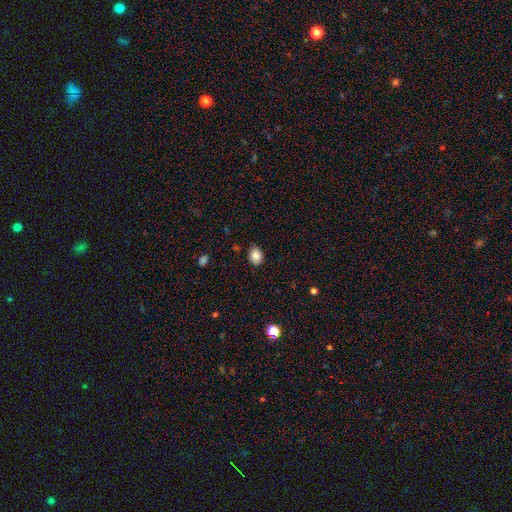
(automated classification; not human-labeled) smooth-or-featured: smooth: 83% | star or artifact: 9% | featured or disk: 8%
  how-rounded: in between: 58% | round: 41% | cigar-shaped: 1%
  merging: none: 81% | minor disturbance: 15% | major disturbance: 2% | merger: 1%